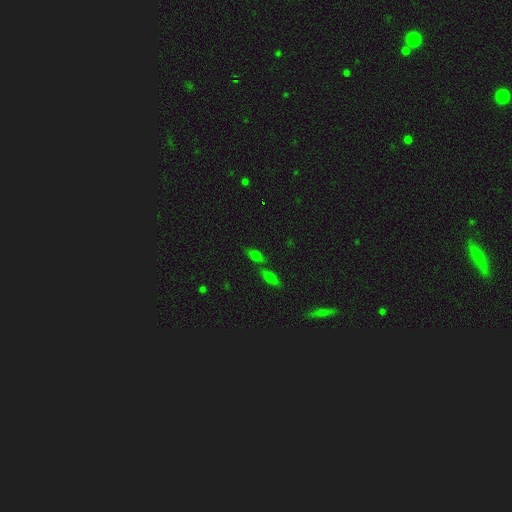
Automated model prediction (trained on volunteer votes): Morphology: type=smooth (56%); roundness=in between (65%); merging=none (53%).